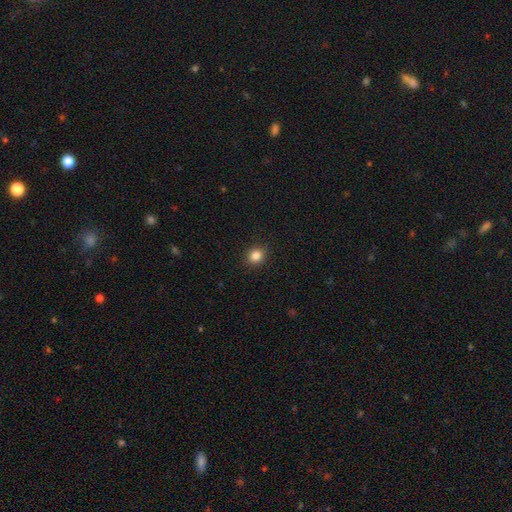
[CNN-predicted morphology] Smooth or featured: smooth — 84% (star or artifact — 11%)
How rounded: round — 76% (in between — 24%)
Merging: none — 90% (minor disturbance — 7%)